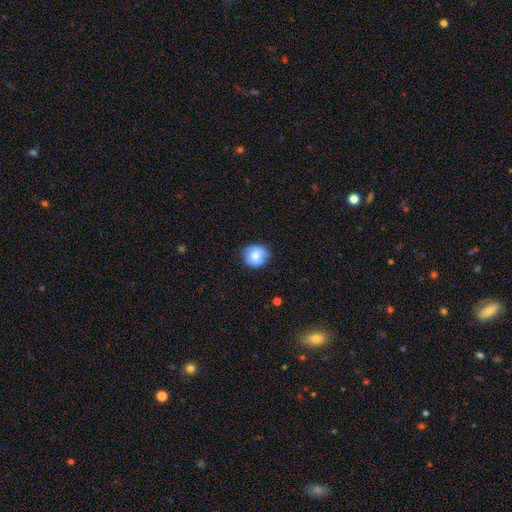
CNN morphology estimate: Overall: smooth (71%). How rounded: round (84%). Merging: none (73%).